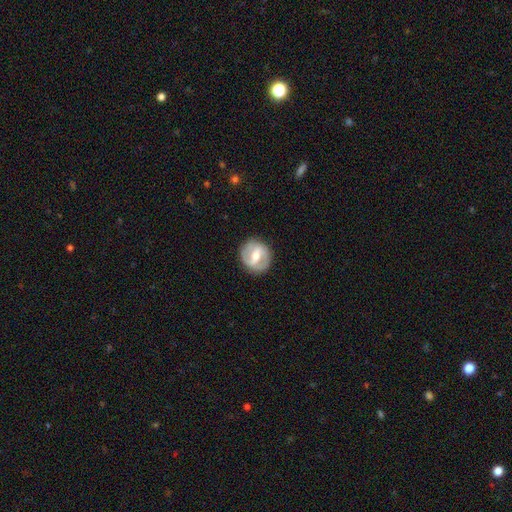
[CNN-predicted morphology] Smooth or featured? Predicted: featured or disk (p=0.69). Edge-on disk? Predicted: no (p=0.96). Bar? Predicted: strong (p=0.48). Spiral arms? Predicted: yes (p=0.65). Bulge size? Predicted: moderate (p=0.69). Merging? Predicted: none (p=0.87).